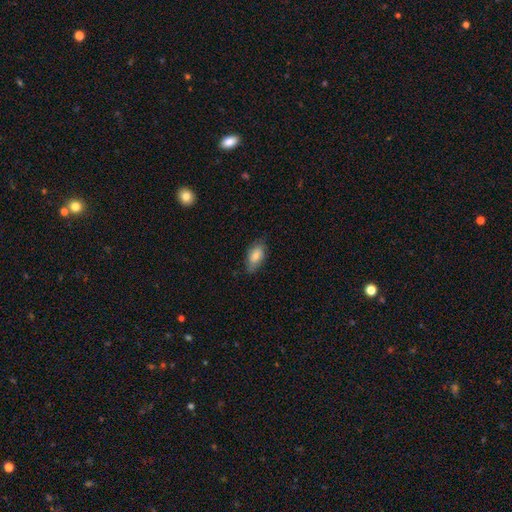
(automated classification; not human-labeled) smooth_or_featured: smooth (p=0.76) [alt: featured or disk p=0.18]
how_rounded: in between (p=0.91) [alt: cigar-shaped p=0.05]
merging: none (p=0.73) [alt: minor disturbance p=0.21]